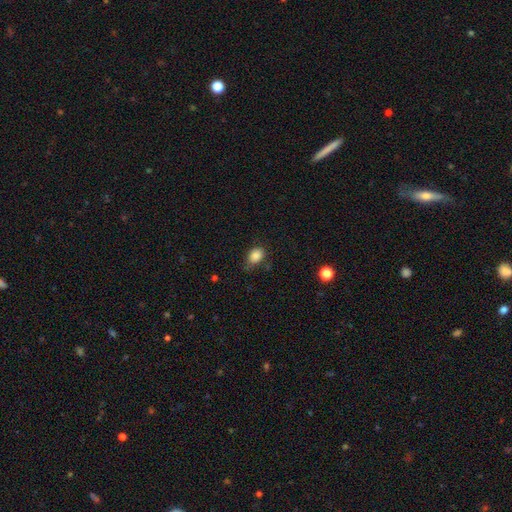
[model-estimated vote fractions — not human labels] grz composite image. It shows a smooth galaxy with no disk features (86%) that is in between round and cigar-shaped (72%). Merging: none (65%).